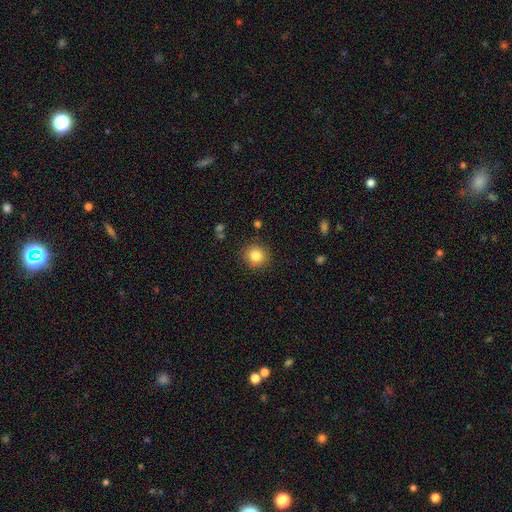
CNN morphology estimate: The model was most divided on "smooth or featured": smooth: 83%, star or artifact: 11%, featured or disk: 6%. More confident: how rounded — round (91%); merging — none (88%).